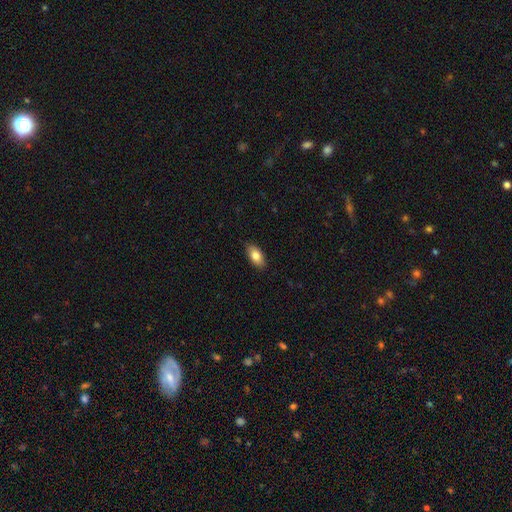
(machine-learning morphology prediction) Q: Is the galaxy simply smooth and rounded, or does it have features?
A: smooth — 82%.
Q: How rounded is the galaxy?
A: in between — 91%.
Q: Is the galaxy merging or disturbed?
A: none — 86%.